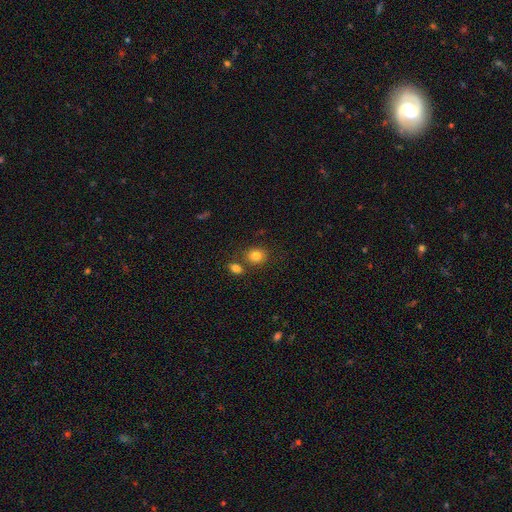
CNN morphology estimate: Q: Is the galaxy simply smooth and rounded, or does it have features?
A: smooth — 82%.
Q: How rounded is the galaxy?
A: round — 67%.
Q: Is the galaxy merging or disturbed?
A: none — 70%.